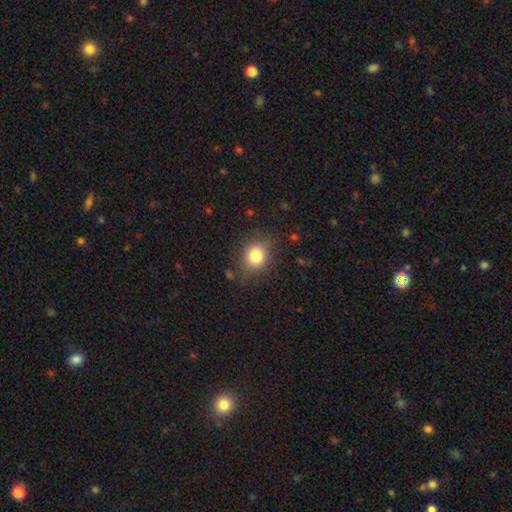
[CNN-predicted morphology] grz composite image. It shows a smooth galaxy with no disk features (81%) that is round (68%). Merging: none (80%).